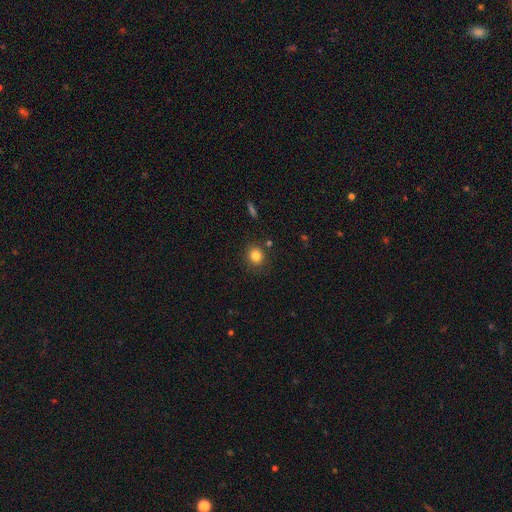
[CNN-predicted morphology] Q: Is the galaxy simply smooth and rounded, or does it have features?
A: smooth — 83%.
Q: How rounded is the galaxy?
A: round — 85%.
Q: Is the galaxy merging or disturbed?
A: none — 85%.